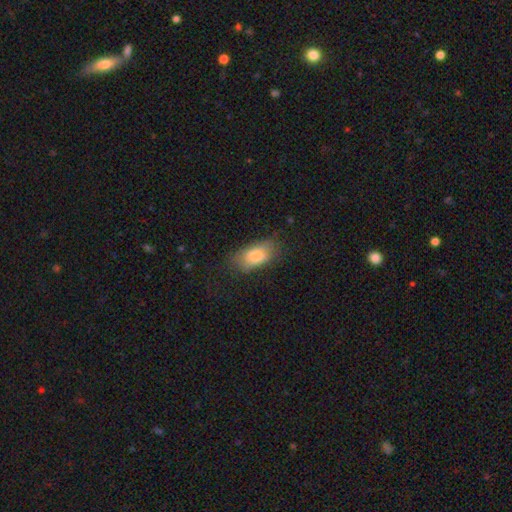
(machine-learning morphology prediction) Q: Smooth or featured?
A: smooth (80%); runner-up: featured or disk (13%)
Q: How rounded?
A: in between (90%); runner-up: cigar-shaped (5%)
Q: Merging?
A: none (64%); runner-up: minor disturbance (24%)